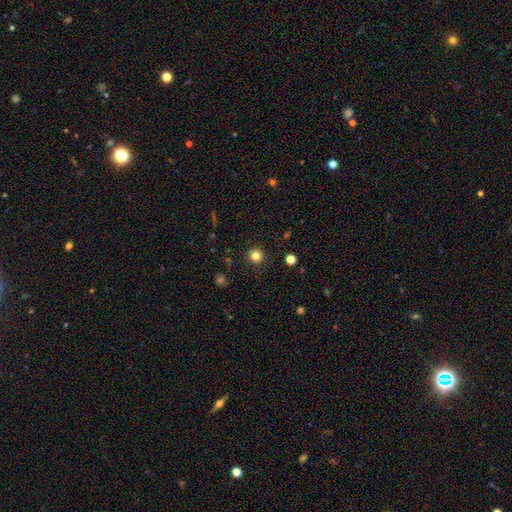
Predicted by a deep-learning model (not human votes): Smooth or featured?
  - smooth: 82% *
  - star or artifact: 13%
  - featured or disk: 5%
How rounded?
  - round: 94% *
  - in between: 5%
  - cigar-shaped: 1%
Merging?
  - none: 92% *
  - minor disturbance: 5%
  - major disturbance: 2%
  - merger: 1%